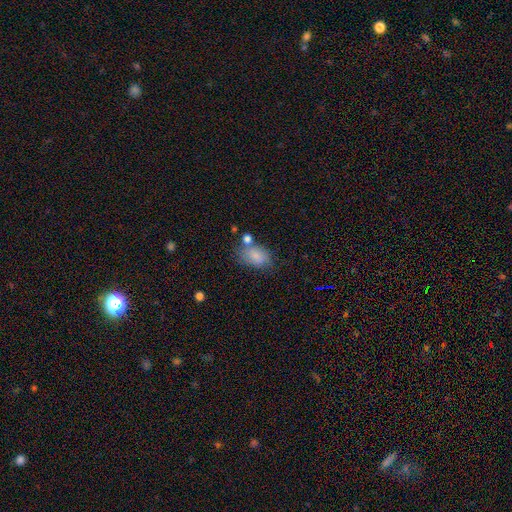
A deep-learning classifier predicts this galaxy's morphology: A smooth galaxy with no disk features (82%) that is in between round and cigar-shaped (85%). Merging: none (52%).